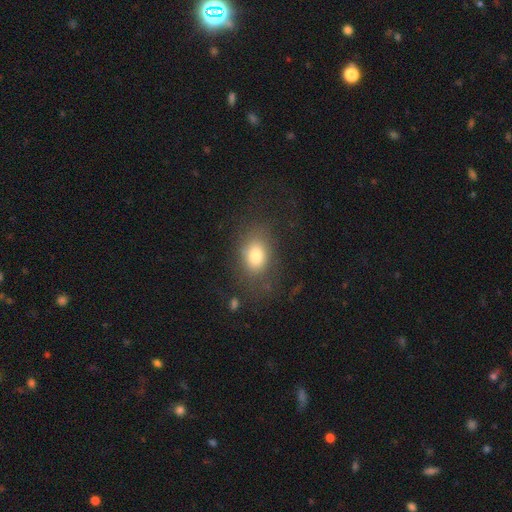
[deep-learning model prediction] A smooth galaxy with no disk features (77%) that is in between round and cigar-shaped (71%).

Vote fractions:
- Smooth or featured? smooth: 77% / featured or disk: 12% / star or artifact: 11%
- How rounded? in between: 71% / round: 28% / cigar-shaped: 1%
- Merging? none: 71% / minor disturbance: 17% / major disturbance: 10% / merger: 2%